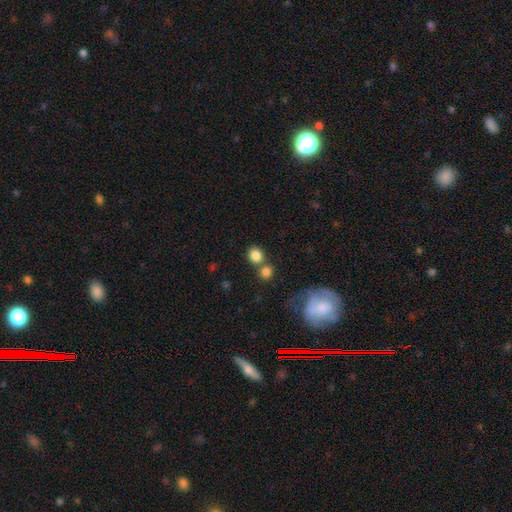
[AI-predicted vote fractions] Q: Smooth or featured?
A: smooth (84%); runner-up: star or artifact (10%)
Q: How rounded?
A: round (74%); runner-up: in between (25%)
Q: Merging?
A: none (58%); runner-up: merger (29%)